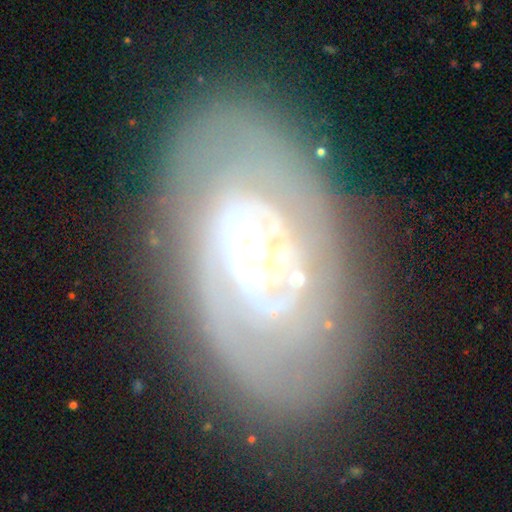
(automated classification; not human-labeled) Q: Smooth or featured?
A: featured or disk (82%); runner-up: smooth (11%)
Q: Edge-on disk?
A: no (94%); runner-up: yes (6%)
Q: Bar?
A: weak (39%); runner-up: no (30%)
Q: Spiral arms?
A: yes (86%); runner-up: no (14%)
Q: Spiral winding?
A: tight (69%); runner-up: medium (24%)
Q: Spiral arm count?
A: 2 (42%); runner-up: can't tell (32%)
Q: Bulge size?
A: moderate (46%); runner-up: small (30%)
Q: Merging?
A: none (77%); runner-up: minor disturbance (15%)